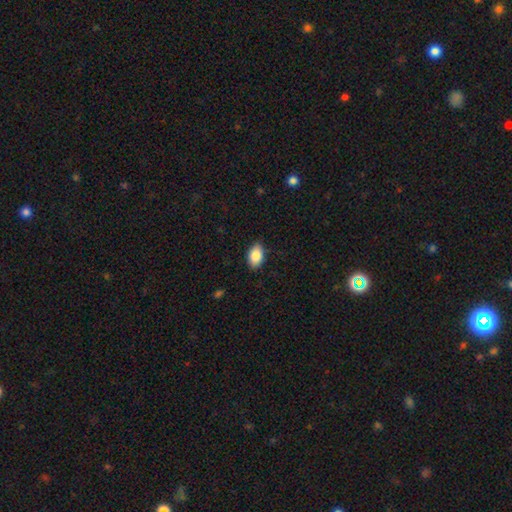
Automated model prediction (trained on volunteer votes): A smooth galaxy with no disk features (87%) that is in between round and cigar-shaped (90%).

Vote fractions:
- Smooth or featured? smooth: 87% / star or artifact: 7% / featured or disk: 6%
- How rounded? in between: 90% / round: 8% / cigar-shaped: 1%
- Merging? none: 85% / minor disturbance: 12% / major disturbance: 2% / merger: 1%